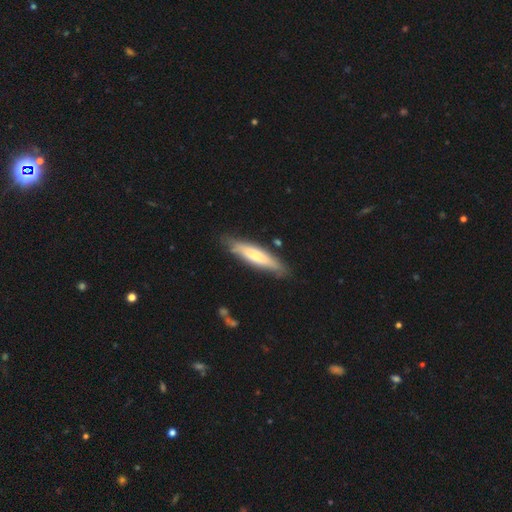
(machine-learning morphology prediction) The model was most divided on "smooth or featured": smooth: 59%, featured or disk: 36%, star or artifact: 5%. More confident: merging — none (79%); how rounded — cigar-shaped (78%).